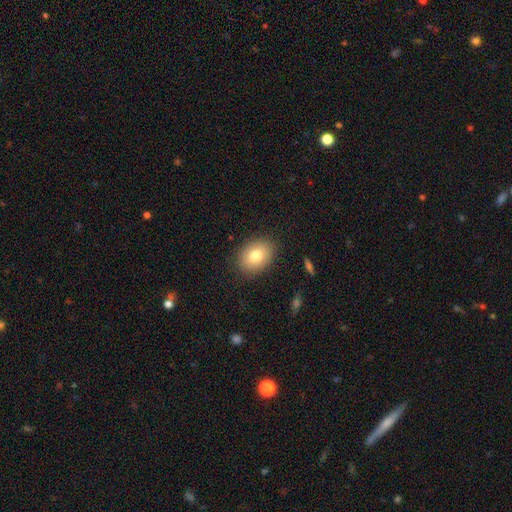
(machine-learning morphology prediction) Smooth or featured: smooth — 77% (featured or disk — 14%)
How rounded: in between — 71% (round — 28%)
Merging: none — 87% (minor disturbance — 9%)